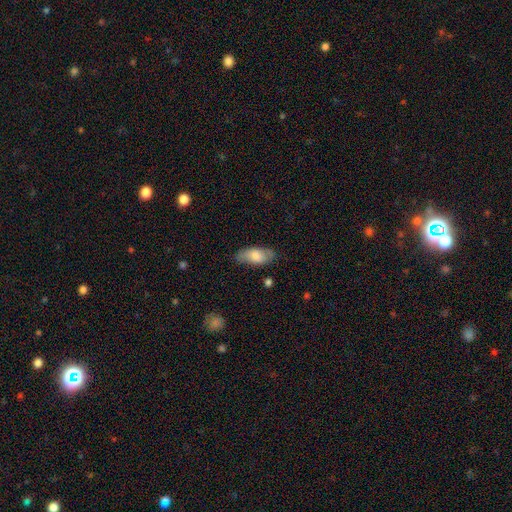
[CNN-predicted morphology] type=smooth (74%); roundness=in between (87%); merging=none (74%).